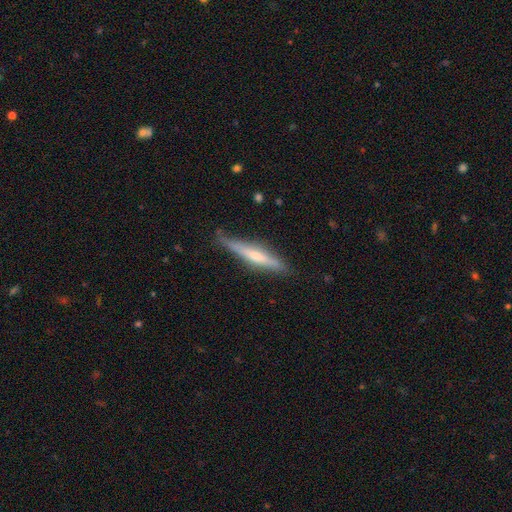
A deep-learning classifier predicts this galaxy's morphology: Smooth or featured? featured or disk (57%)
Edge-on disk? yes (94%)
Edge-on bulge? rounded (66%)
Merging? none (75%)